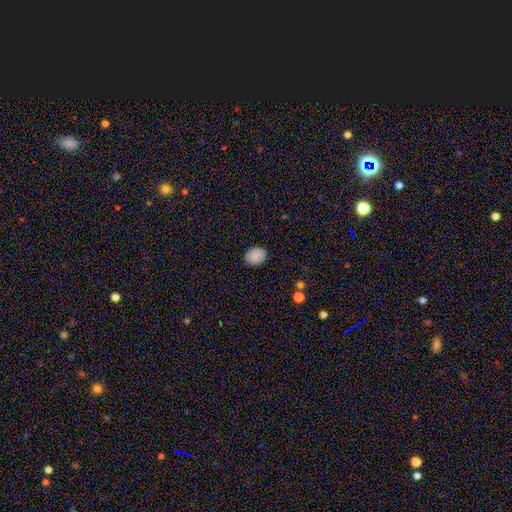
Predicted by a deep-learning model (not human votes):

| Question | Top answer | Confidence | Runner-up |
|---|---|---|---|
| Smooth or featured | smooth | 88% | star or artifact (8%) |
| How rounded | in between | 52% | round (47%) |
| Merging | none | 88% | minor disturbance (9%) |